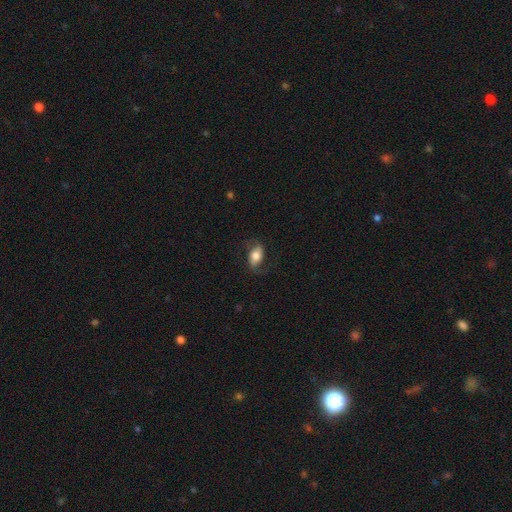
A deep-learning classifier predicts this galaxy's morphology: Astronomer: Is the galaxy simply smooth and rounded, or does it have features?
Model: smooth — 63%.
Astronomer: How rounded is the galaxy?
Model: in between — 89%.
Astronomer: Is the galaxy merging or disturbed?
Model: none — 70%.